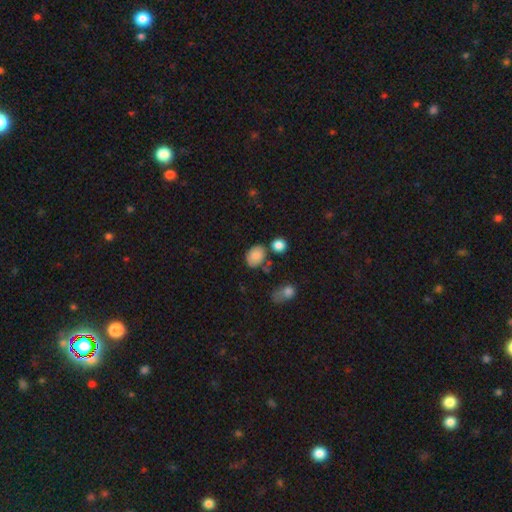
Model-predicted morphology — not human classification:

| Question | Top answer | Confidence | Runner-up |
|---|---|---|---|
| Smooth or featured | smooth | 80% | featured or disk (11%) |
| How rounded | in between | 64% | round (34%) |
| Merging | none | 63% | minor disturbance (20%) |